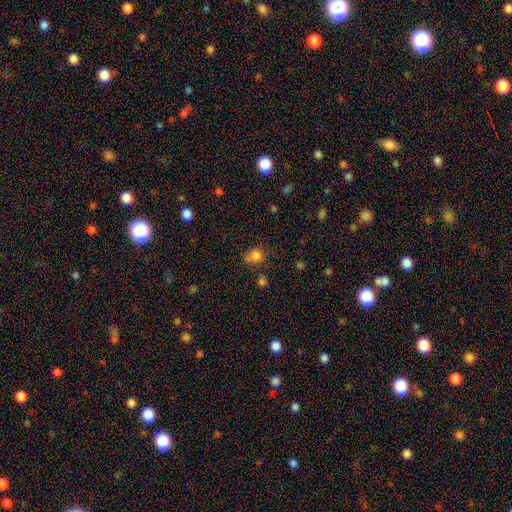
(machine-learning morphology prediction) A smooth galaxy with no disk features (80%) that is round (79%). Merging: none (60%).